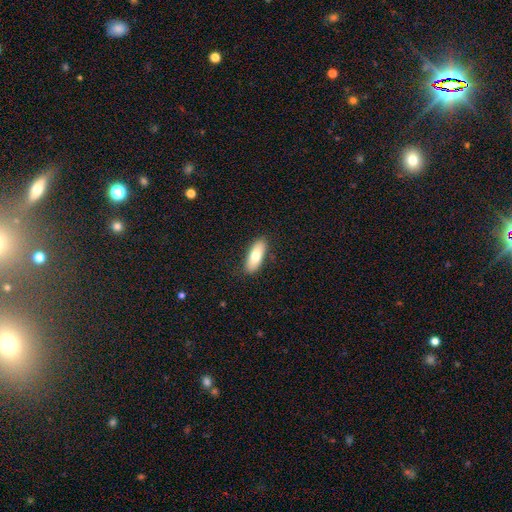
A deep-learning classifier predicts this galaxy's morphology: The model was most divided on "how rounded": in between: 74%, cigar-shaped: 24%, round: 2%. More confident: merging — none (86%); smooth or featured — smooth (76%).